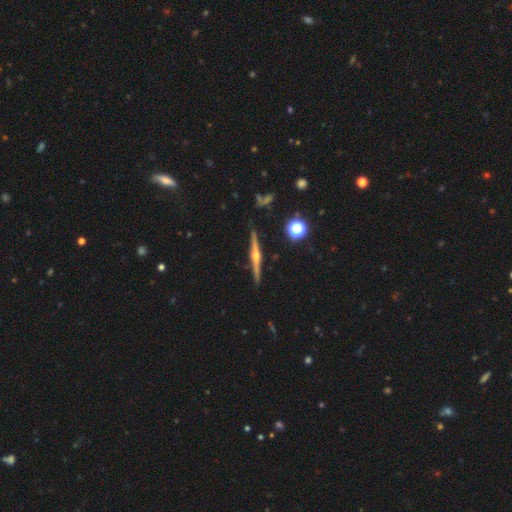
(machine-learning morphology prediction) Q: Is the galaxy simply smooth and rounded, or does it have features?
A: featured or disk — 85%.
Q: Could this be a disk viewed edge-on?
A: yes — 99%.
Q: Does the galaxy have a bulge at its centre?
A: rounded — 93%.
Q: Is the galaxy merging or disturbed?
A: none — 91%.